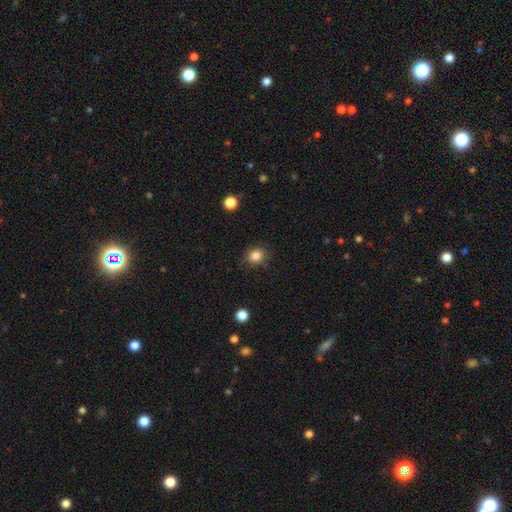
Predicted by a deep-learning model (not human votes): Smooth or featured? Predicted: smooth (p=0.85). How rounded? Predicted: round (p=0.79). Merging? Predicted: none (p=0.86).